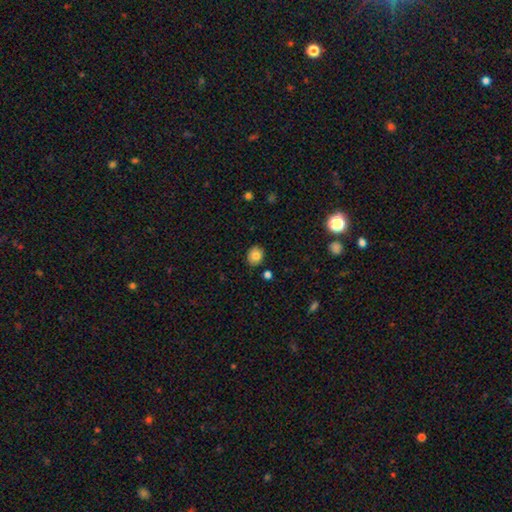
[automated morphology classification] The model was most divided on "how rounded": round: 62%, in between: 37%, cigar-shaped: 1%. More confident: merging — none (85%); smooth or featured — smooth (79%).